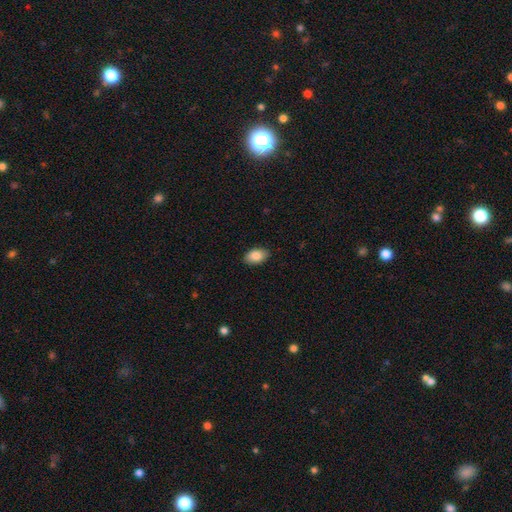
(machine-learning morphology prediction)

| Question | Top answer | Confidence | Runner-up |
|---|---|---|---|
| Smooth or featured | smooth | 88% | star or artifact (7%) |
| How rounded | in between | 92% | round (7%) |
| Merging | none | 89% | minor disturbance (9%) |